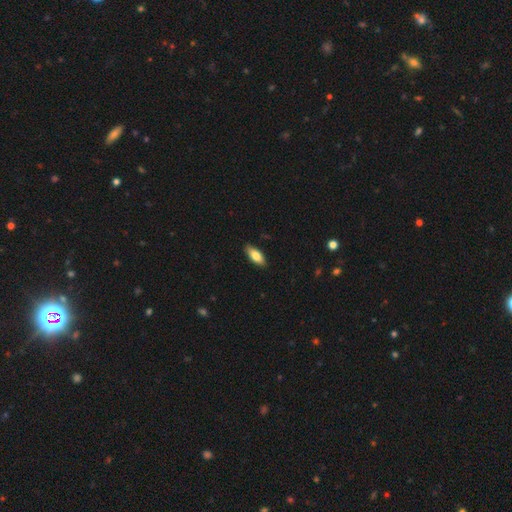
Volunteers were most divided on "smooth or featured": smooth: 74%, featured or disk: 18%, star or artifact: 8%. More confident: merging — none (91%); how rounded — in between (79%).